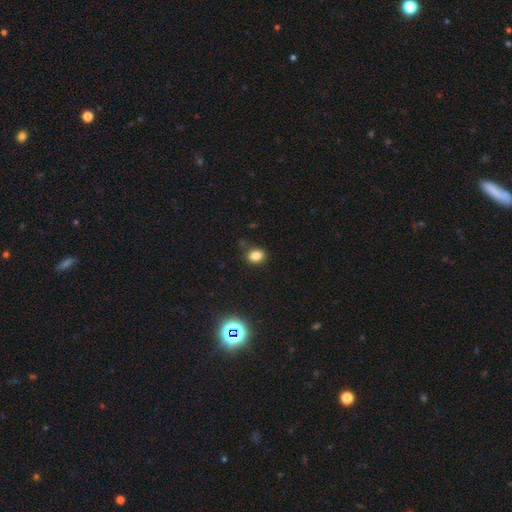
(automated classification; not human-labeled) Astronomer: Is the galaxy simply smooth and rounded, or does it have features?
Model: smooth — 82%.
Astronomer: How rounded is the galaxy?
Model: in between — 61% (runner-up: round, 37%).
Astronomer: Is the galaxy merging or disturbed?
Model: none — 83%.